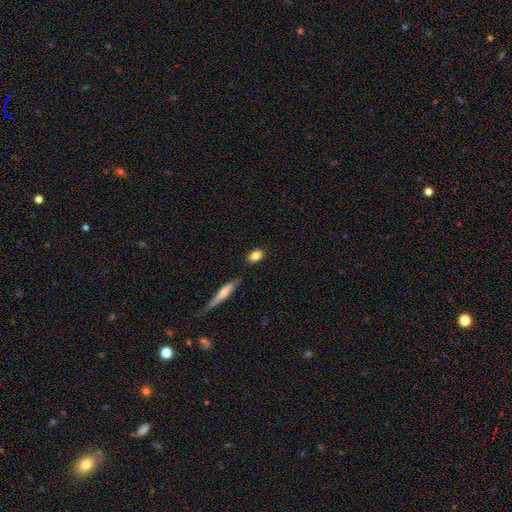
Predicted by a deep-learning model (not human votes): Morphology: type=smooth (84%); roundness=in between (78%); merging=none (82%).